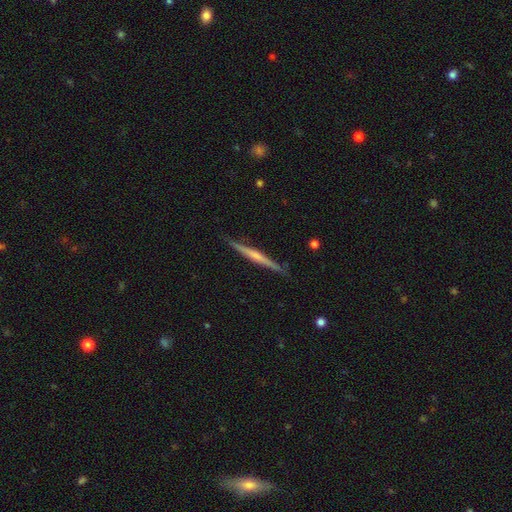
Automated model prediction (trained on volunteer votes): Smooth or featured? Predicted: featured or disk (p=0.65). Edge-on disk? Predicted: yes (p=0.98). Edge-on bulge? Predicted: none (p=0.47). Merging? Predicted: none (p=0.88).